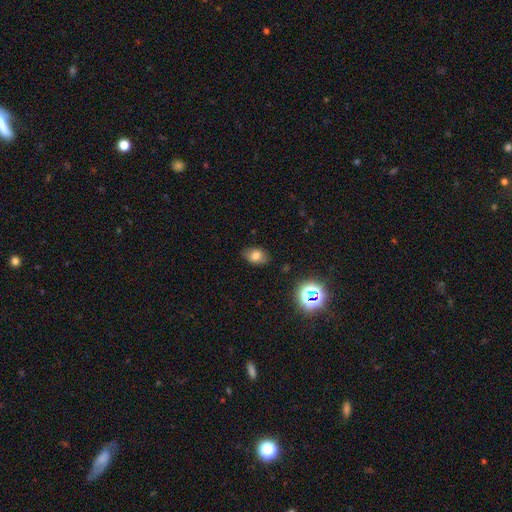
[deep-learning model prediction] Morphology: type=smooth (73%); roundness=in between (77%); merging=none (80%).